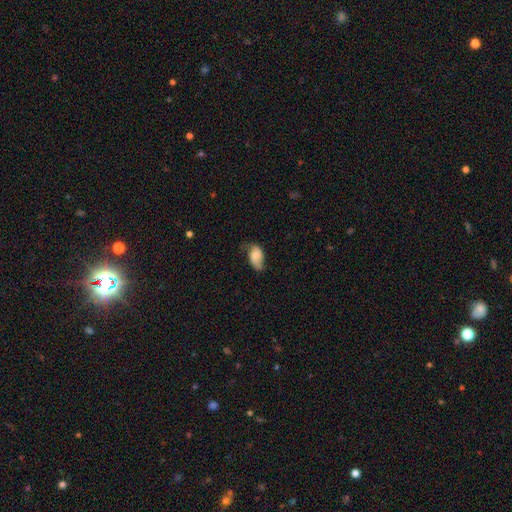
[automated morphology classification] A smooth galaxy with no disk features (57%) that is in between round and cigar-shaped (91%). Merging: none (45%).